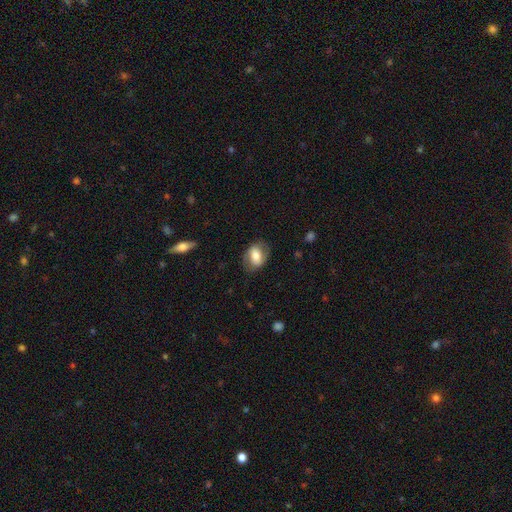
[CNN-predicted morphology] A smooth galaxy with no disk features (61%) that is in between round and cigar-shaped (77%).

Vote fractions:
- Smooth or featured? smooth: 61% / featured or disk: 32% / star or artifact: 7%
- How rounded? in between: 77% / round: 21% / cigar-shaped: 2%
- Merging? none: 74% / minor disturbance: 17% / major disturbance: 7% / merger: 1%